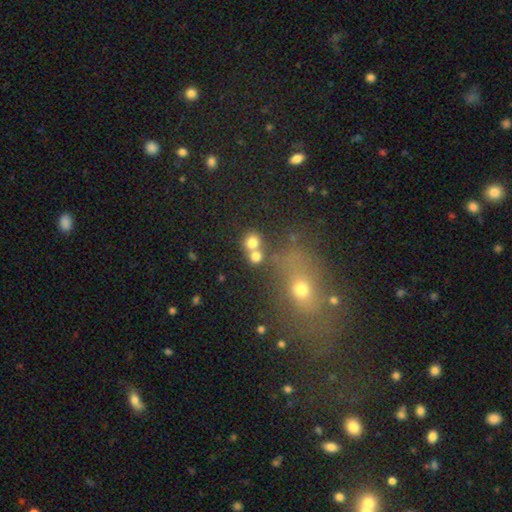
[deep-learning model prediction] This is likely a smooth galaxy (75%). How rounded: clearly round (82%). Merging: possibly none (51%).